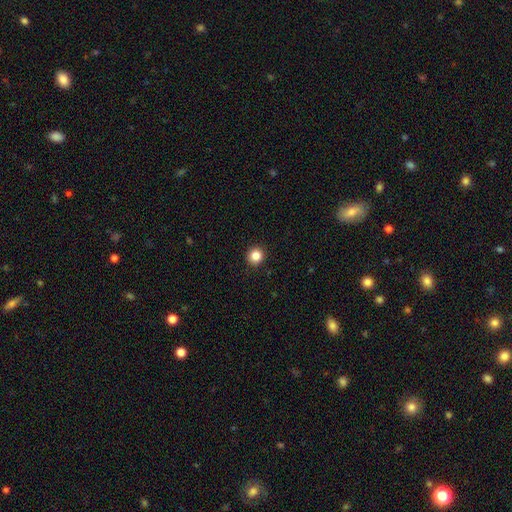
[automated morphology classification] Overall: smooth (85%). How rounded: round (94%). Merging: none (93%).